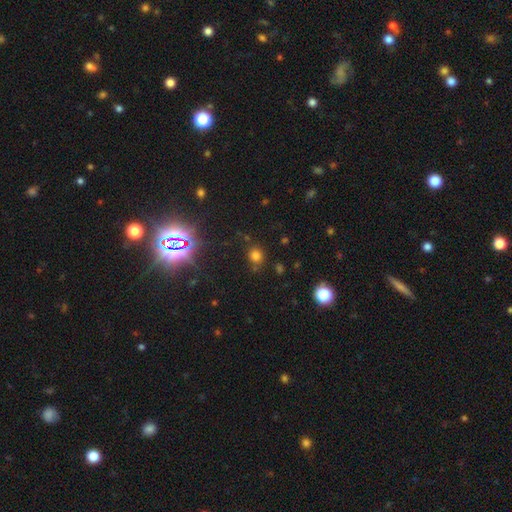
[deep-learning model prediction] smooth 69%, star or artifact 25%, featured or disk 6%. Down the decision tree: how rounded — round (82%); merging — none (79%).